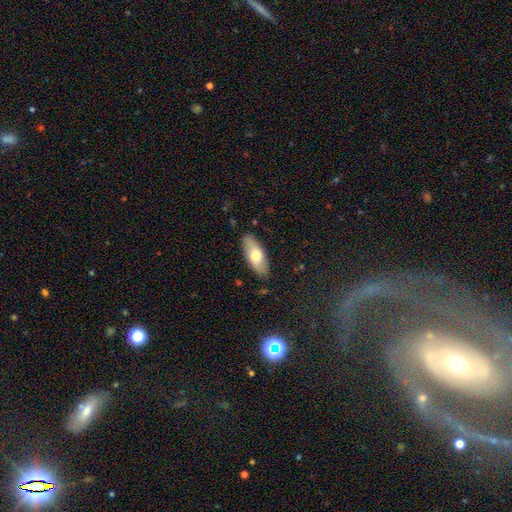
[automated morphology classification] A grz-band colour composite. It shows a smooth galaxy with no disk features (68%) that is in between round and cigar-shaped (79%). Merging: none (87%).